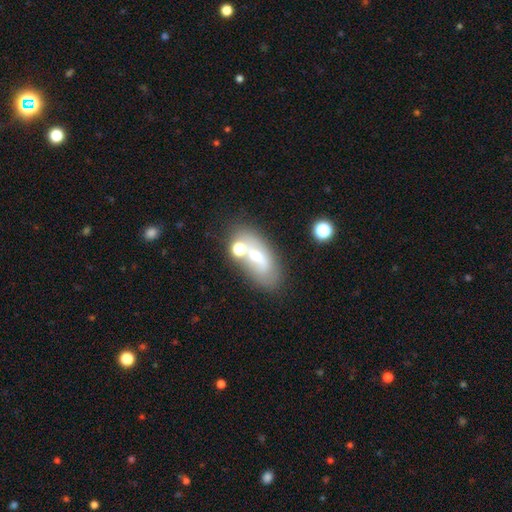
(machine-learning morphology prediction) The model was most divided on "smooth or featured": featured or disk: 44%, smooth: 43%, star or artifact: 12%. More confident: merging — none (59%).